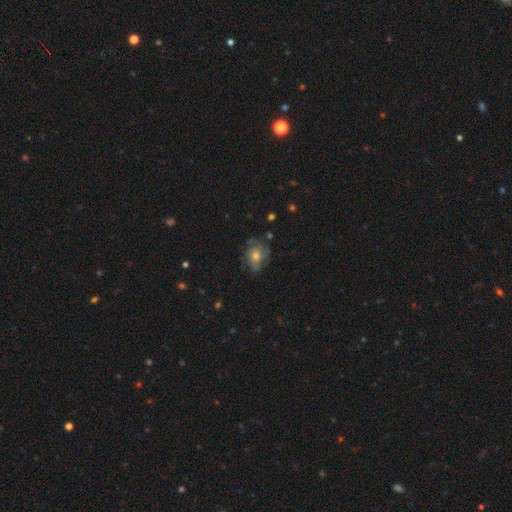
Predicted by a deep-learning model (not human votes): This appears to be a featured or disk galaxy (48%). Merging: none (65%).